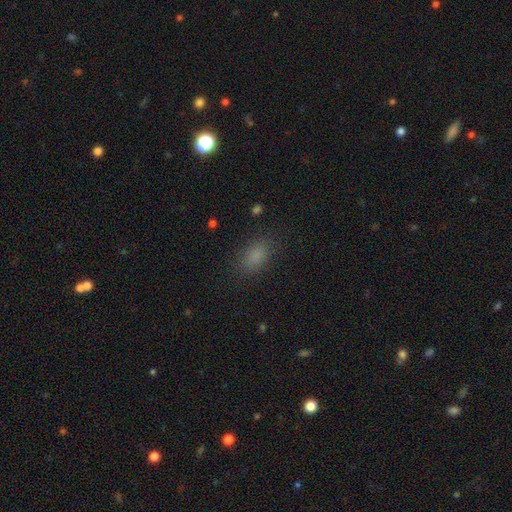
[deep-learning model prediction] Smooth or featured?
  - smooth: 81% *
  - star or artifact: 13%
  - featured or disk: 5%
How rounded?
  - in between: 86% *
  - round: 11%
  - cigar-shaped: 3%
Merging?
  - none: 82% *
  - minor disturbance: 12%
  - major disturbance: 4%
  - merger: 1%